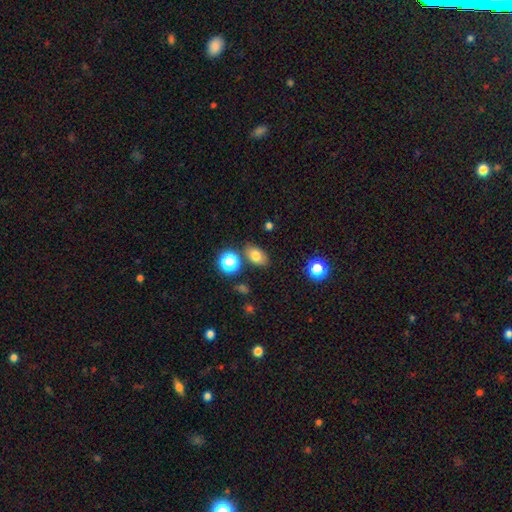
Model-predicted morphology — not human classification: Smooth or featured?
  - smooth: 77% *
  - star or artifact: 13%
  - featured or disk: 10%
How rounded?
  - in between: 82% *
  - round: 17%
  - cigar-shaped: 2%
Merging?
  - none: 78% *
  - minor disturbance: 12%
  - merger: 7%
  - major disturbance: 3%